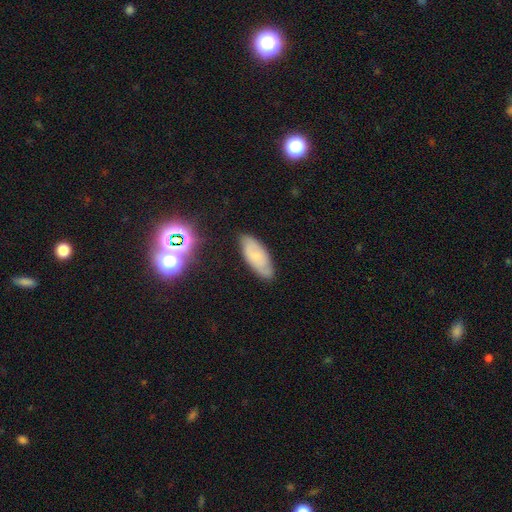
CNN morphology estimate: Smooth or featured?
  - smooth: 55% *
  - featured or disk: 33%
  - star or artifact: 12%
How rounded?
  - in between: 82% *
  - cigar-shaped: 15%
  - round: 3%
Merging?
  - none: 78% *
  - minor disturbance: 16%
  - major disturbance: 3%
  - merger: 2%